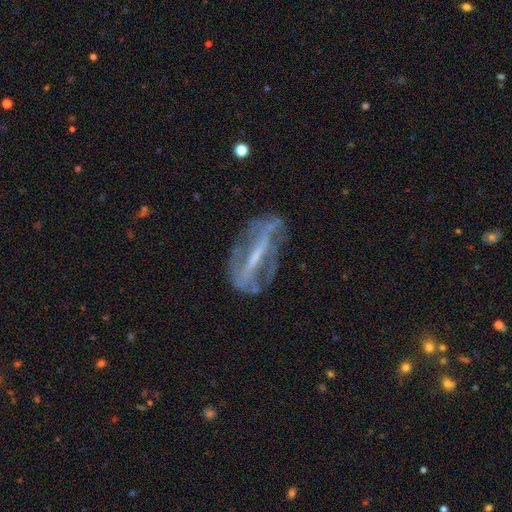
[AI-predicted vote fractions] The model was most divided on "bulge size": small: 44%, none: 27%, moderate: 25%, large: 3%, dominant: 1%. More confident: smooth or featured — featured or disk (77%); edge-on disk — no (73%); bar — strong (67%); spiral arms — yes (62%); merging — none (60%).